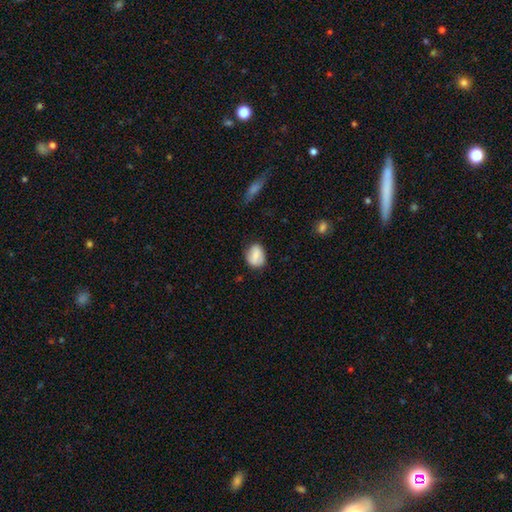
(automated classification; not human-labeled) smooth-or-featured: smooth: 73% | featured or disk: 19% | star or artifact: 8%
  how-rounded: in between: 56% | round: 42% | cigar-shaped: 1%
  merging: none: 74% | minor disturbance: 19% | major disturbance: 4% | merger: 2%